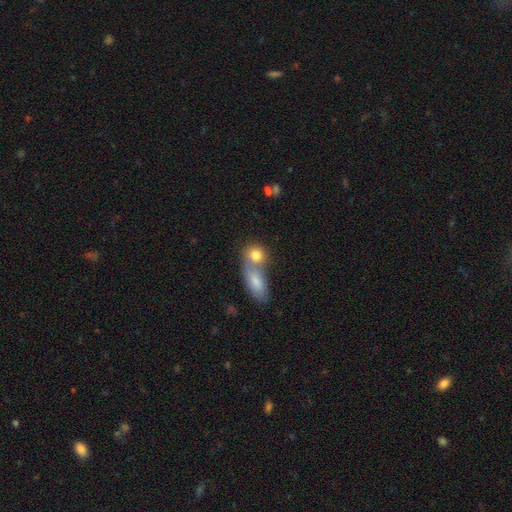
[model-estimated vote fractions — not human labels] Smooth or featured: smooth — 79% (featured or disk — 14%)
How rounded: round — 63% (in between — 33%)
Merging: merger — 57% (none — 30%)